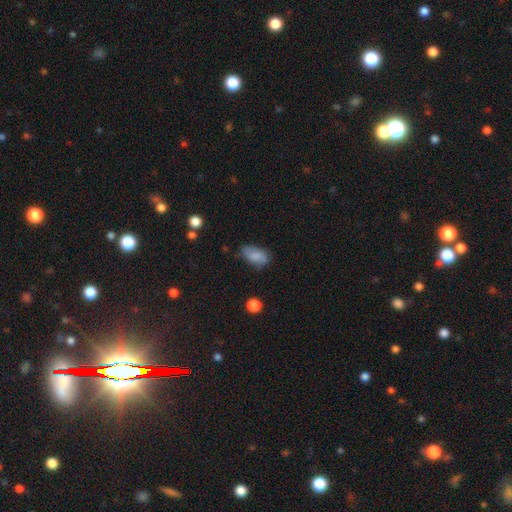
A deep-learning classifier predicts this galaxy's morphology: type=smooth (78%); roundness=in between (90%); merging=none (62%).